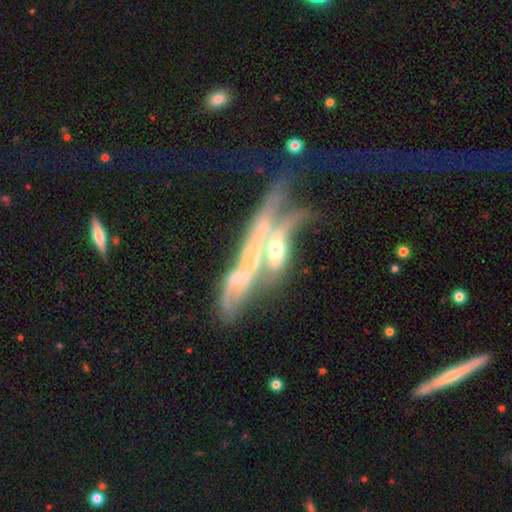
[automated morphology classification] The model was most divided on "edge-on disk": no: 53%, yes: 47%. More confident: smooth or featured — featured or disk (73%); merging — merger (60%).